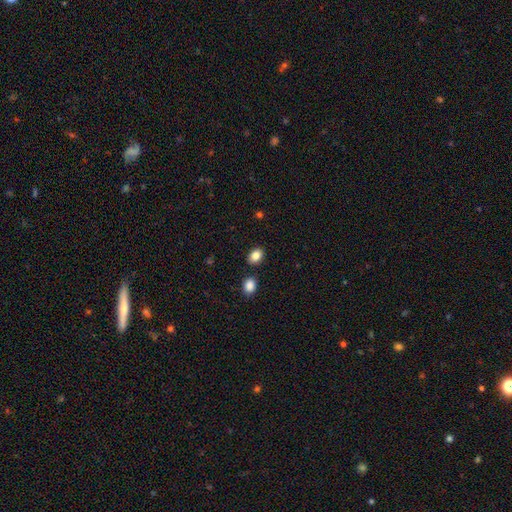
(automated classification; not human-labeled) smooth_or_featured: smooth (p=0.85) [alt: star or artifact p=0.09]
how_rounded: in between (p=0.76) [alt: round p=0.23]
merging: none (p=0.83) [alt: minor disturbance p=0.09]